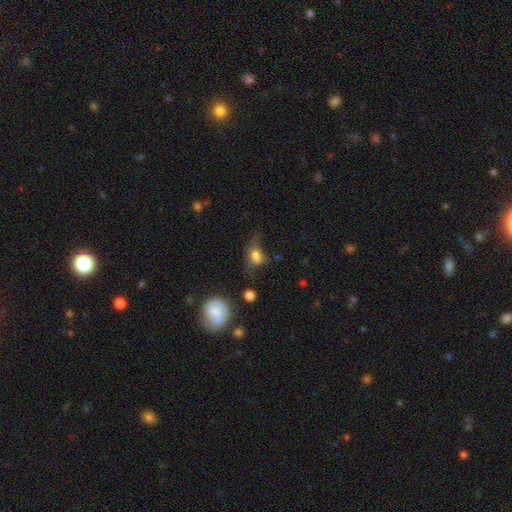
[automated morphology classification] A smooth galaxy with no disk features (67%) that is in between round and cigar-shaped (72%).

Vote fractions:
- Smooth or featured? smooth: 67% / featured or disk: 20% / star or artifact: 12%
- How rounded? in between: 72% / round: 24% / cigar-shaped: 4%
- Merging? major disturbance: 33% / none: 31% / minor disturbance: 28% / merger: 8%